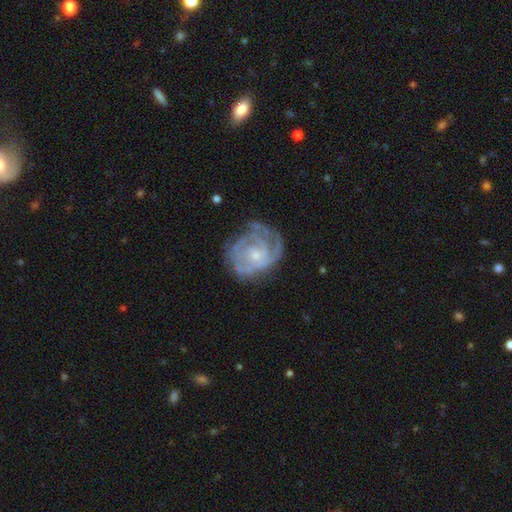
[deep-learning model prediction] Morphology: type=featured or disk (83%); edge-on=no (98%); bar=no (73%); spiral arms=yes (90%); winding=tight (65%); arm count=can't tell (37%); bulge=small (69%); merging=none (59%).